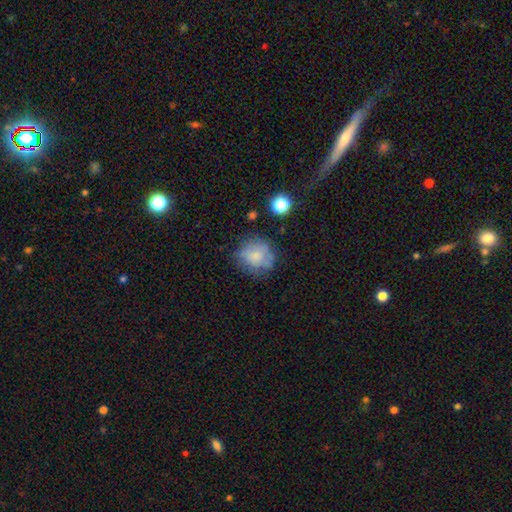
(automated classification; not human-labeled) Smooth or featured?
  - smooth: 66% *
  - featured or disk: 24%
  - star or artifact: 11%
How rounded?
  - round: 81% *
  - in between: 18%
  - cigar-shaped: 1%
Merging?
  - none: 60% *
  - minor disturbance: 25%
  - major disturbance: 12%
  - merger: 3%